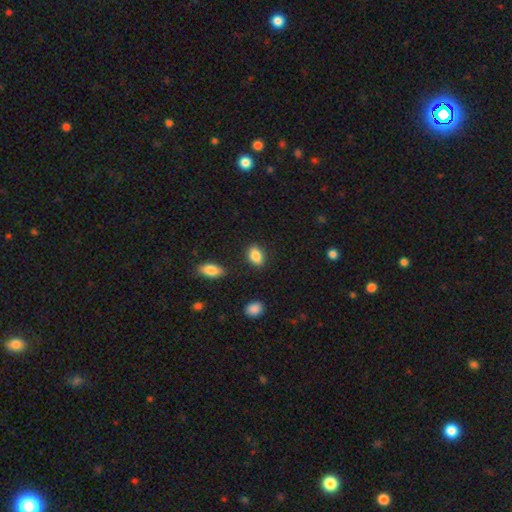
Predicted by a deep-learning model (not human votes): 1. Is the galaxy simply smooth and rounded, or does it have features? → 87% smooth, 8% star or artifact, 6% featured or disk.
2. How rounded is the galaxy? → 85% in between, 12% round, 2% cigar-shaped.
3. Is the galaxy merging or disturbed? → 85% none, 10% minor disturbance, 3% merger, 3% major disturbance.